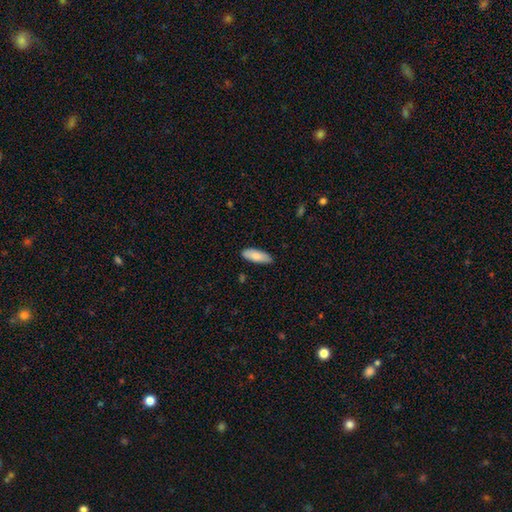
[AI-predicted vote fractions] This appears to be a smooth galaxy with no disk features (81%) that is in between round and cigar-shaped (73%). Merging: none (83%).